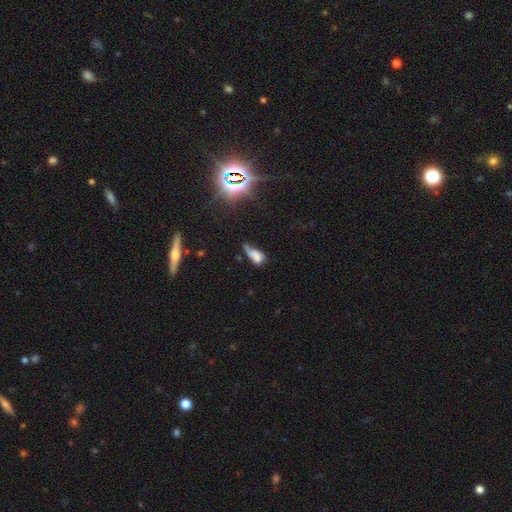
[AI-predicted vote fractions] Q: Smooth or featured?
A: smooth (59%); runner-up: featured or disk (25%)
Q: How rounded?
A: in between (80%); runner-up: cigar-shaped (10%)
Q: Merging?
A: major disturbance (34%); runner-up: minor disturbance (30%)